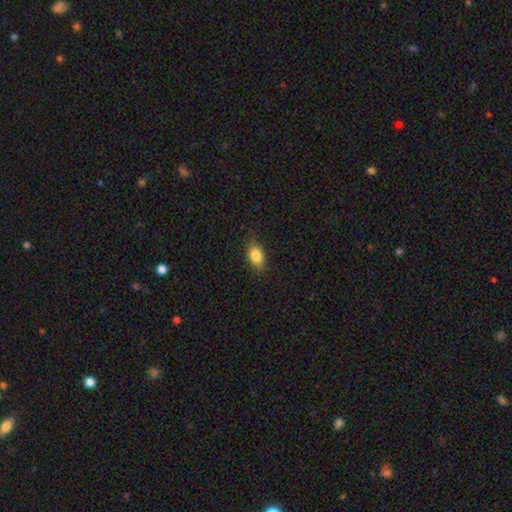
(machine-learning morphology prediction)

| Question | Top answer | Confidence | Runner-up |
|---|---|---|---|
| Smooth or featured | smooth | 82% | featured or disk (9%) |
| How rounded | in between | 83% | round (13%) |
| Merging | none | 83% | minor disturbance (13%) |